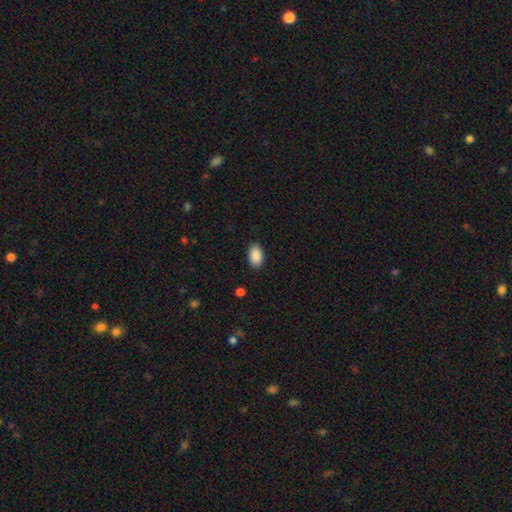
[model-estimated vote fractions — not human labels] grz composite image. It shows a smooth galaxy with no disk features (90%) that is in between round and cigar-shaped (92%). Merging: none (88%).